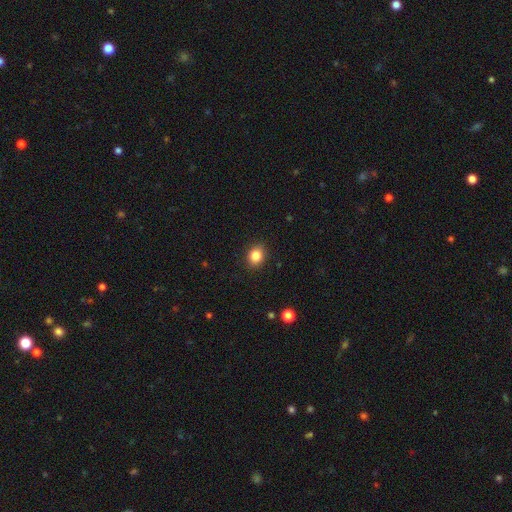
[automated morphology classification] type=smooth (85%); roundness=round (55%); merging=none (89%).